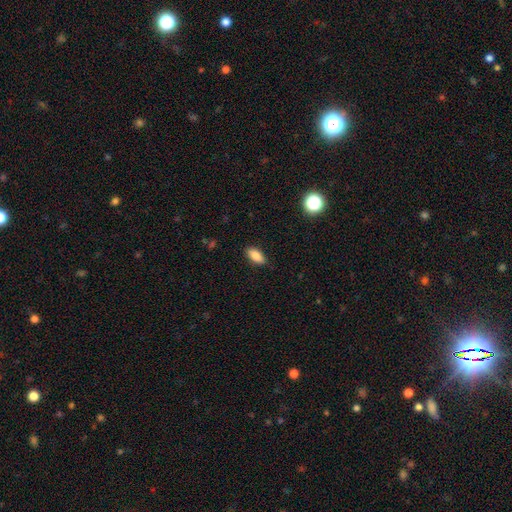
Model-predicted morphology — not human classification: This appears to be a smooth galaxy with no disk features (84%) that is in between round and cigar-shaped (85%). Merging: none (84%).